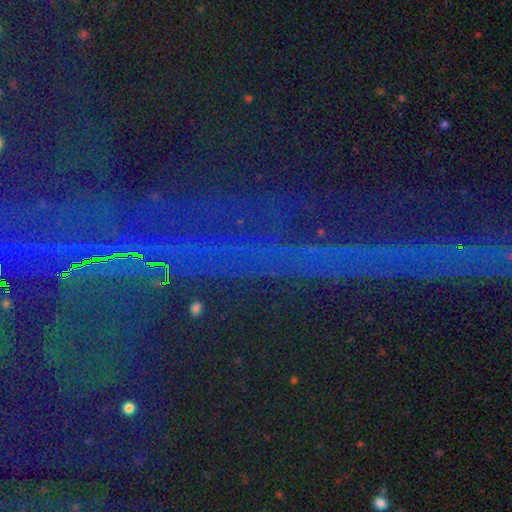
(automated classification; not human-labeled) A star or artifact, not a galaxy (86%).